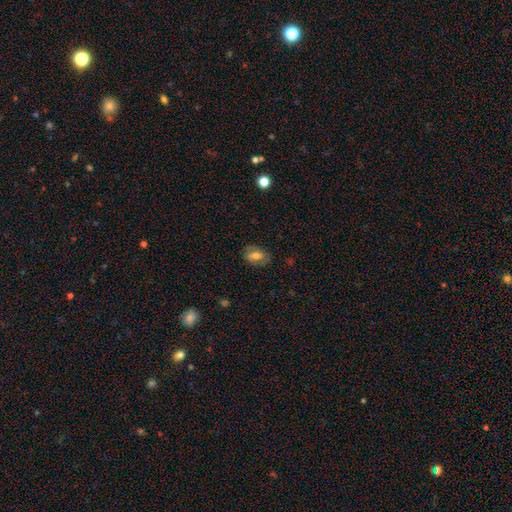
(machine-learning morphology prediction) This is likely a smooth galaxy (64%). How rounded: clearly in between (83%). Merging: likely none (79%).